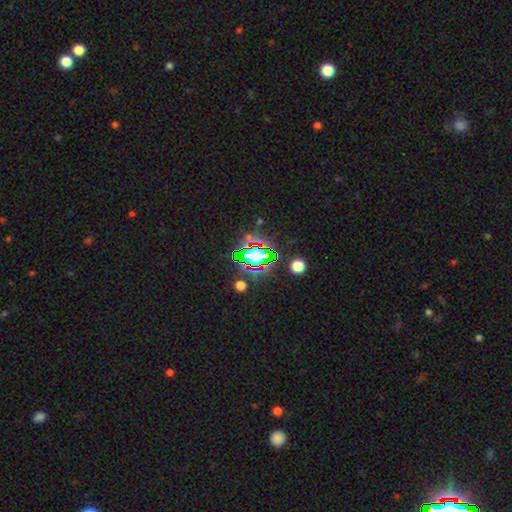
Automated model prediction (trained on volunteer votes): Smooth or featured: star or artifact — 67% (smooth — 20%)